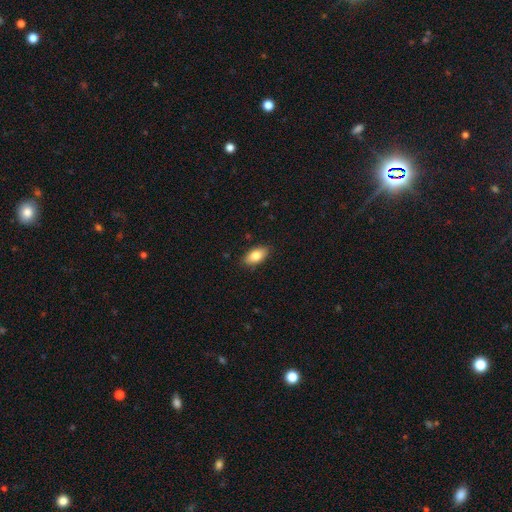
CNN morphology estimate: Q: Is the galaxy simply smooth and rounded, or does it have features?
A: smooth — 82%.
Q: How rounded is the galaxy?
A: in between — 91%.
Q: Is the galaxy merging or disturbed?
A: none — 87%.